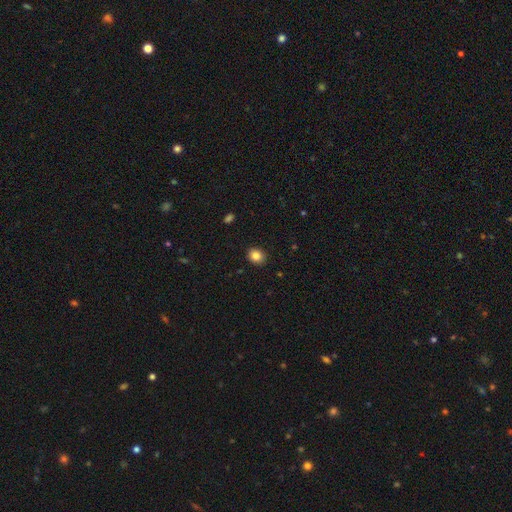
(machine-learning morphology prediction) The model was most divided on "how rounded": round: 60%, in between: 39%, cigar-shaped: 1%. More confident: merging — none (90%); smooth or featured — smooth (85%).